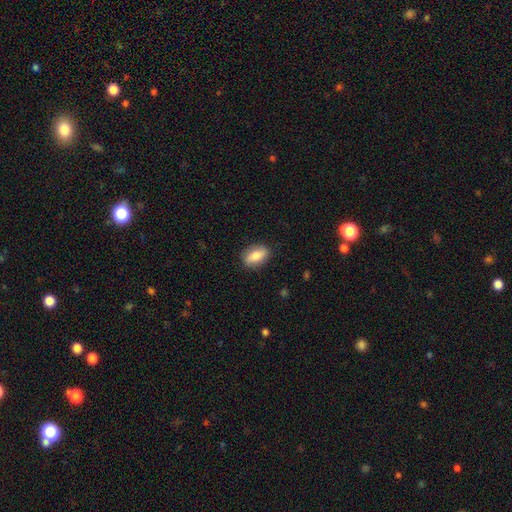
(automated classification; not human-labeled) This is likely a smooth galaxy (76%). How rounded: clearly in between (85%). Merging: clearly none (84%).